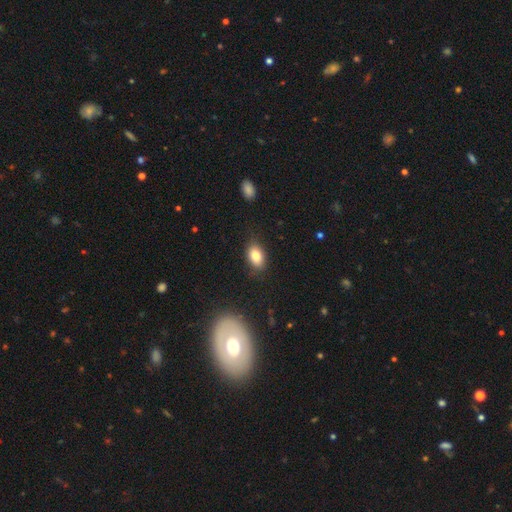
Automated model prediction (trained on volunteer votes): This is clearly a smooth galaxy (83%). How rounded: clearly in between (88%). Merging: clearly none (81%).